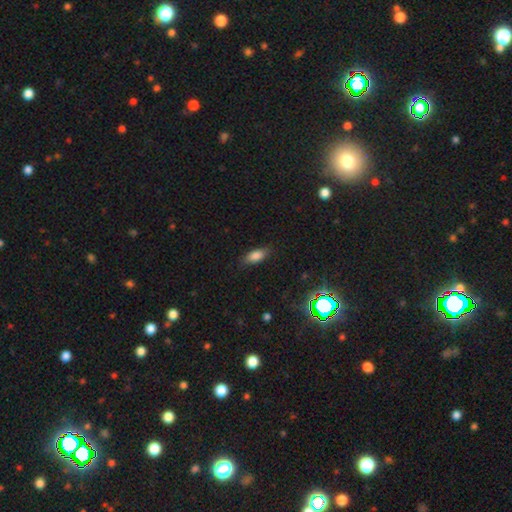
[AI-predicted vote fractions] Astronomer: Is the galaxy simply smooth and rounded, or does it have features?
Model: smooth — 81%.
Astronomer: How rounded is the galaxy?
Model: in between — 81%.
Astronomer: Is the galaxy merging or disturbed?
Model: none — 82%.